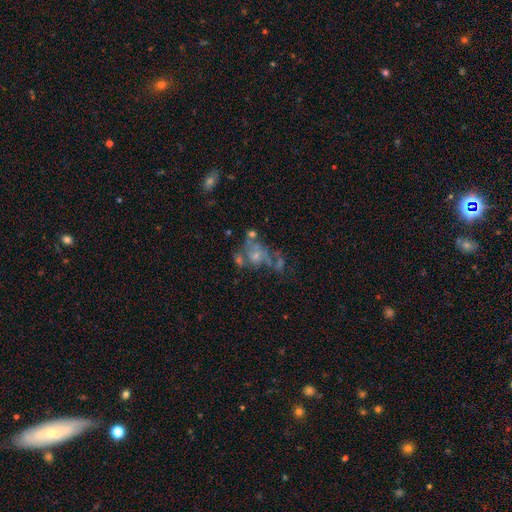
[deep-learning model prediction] featured or disk 54%, smooth 28%, star or artifact 18%. Down the decision tree: edge-on disk — no (97%); bar — no (83%); spiral arms — no (63%); bulge size — small (48%); merging — merger (30%).